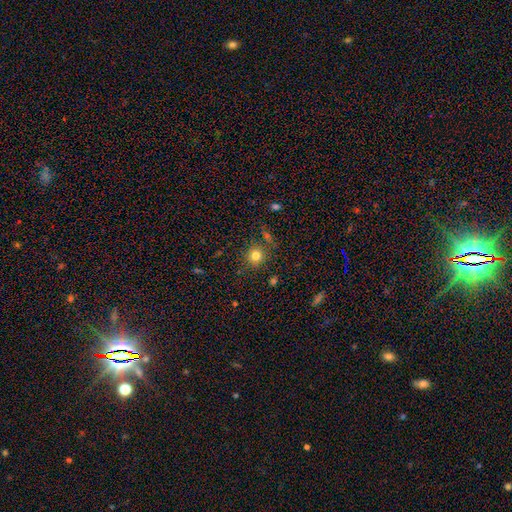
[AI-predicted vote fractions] Overall: smooth (79%). How rounded: round (91%). Merging: none (83%).